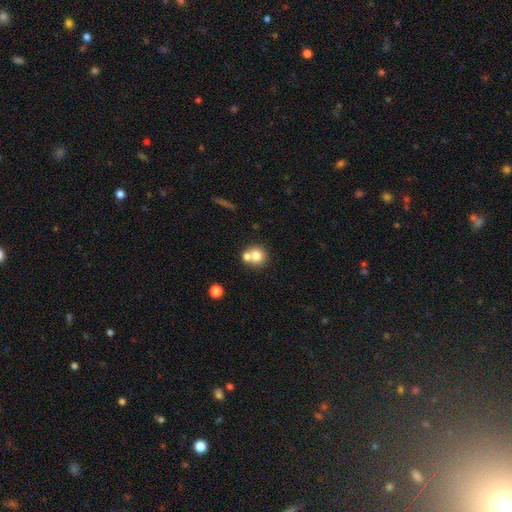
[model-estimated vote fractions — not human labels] This is likely a smooth galaxy (74%). How rounded: clearly round (88%). Merging: possibly none (50%).